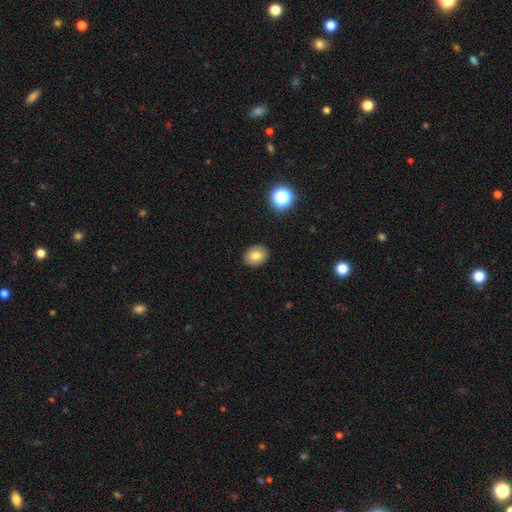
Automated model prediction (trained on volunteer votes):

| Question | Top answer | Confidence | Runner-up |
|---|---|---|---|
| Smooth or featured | smooth | 77% | featured or disk (13%) |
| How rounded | in between | 57% | round (42%) |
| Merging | none | 89% | minor disturbance (8%) |